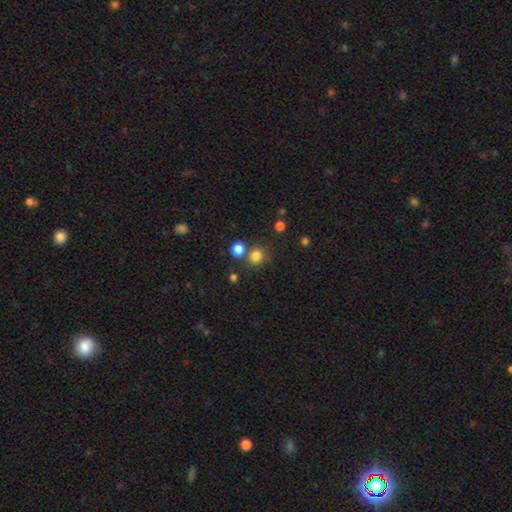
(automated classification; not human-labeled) A smooth galaxy with no disk features (80%) that is round (88%). Merging: none (69%).